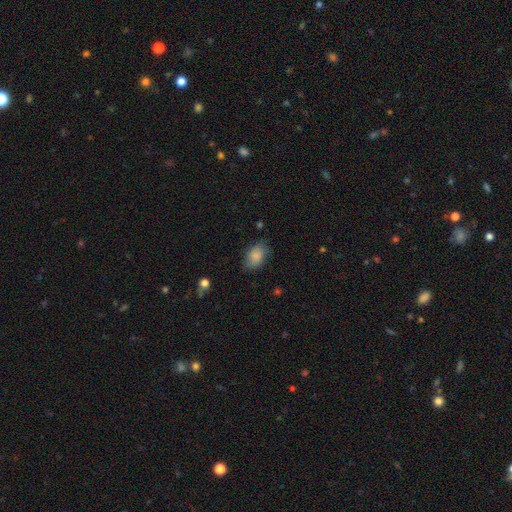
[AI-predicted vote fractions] Morphology: type=smooth (83%); roundness=in between (86%); merging=none (70%).